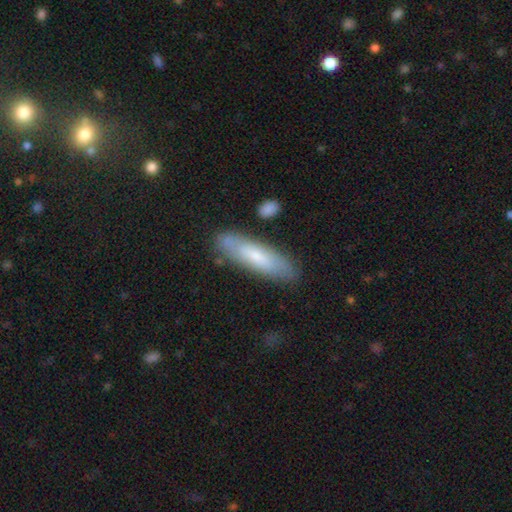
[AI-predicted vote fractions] smooth-or-featured: smooth: 65% | featured or disk: 29% | star or artifact: 6%
  how-rounded: cigar-shaped: 66% | in between: 32% | round: 2%
  merging: none: 80% | minor disturbance: 14% | merger: 3% | major disturbance: 3%